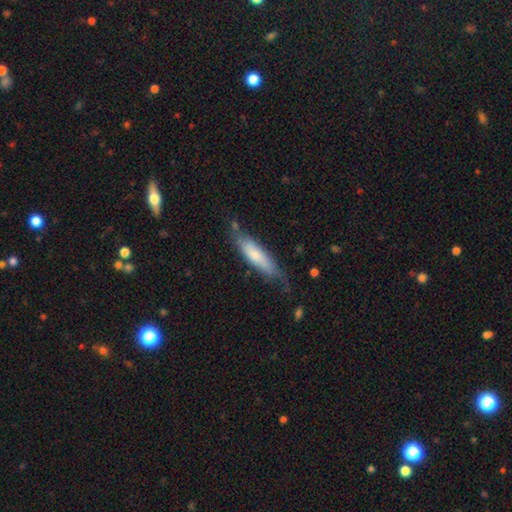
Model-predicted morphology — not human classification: smooth_or_featured: smooth (p=0.69) [alt: featured or disk p=0.26]
how_rounded: cigar-shaped (p=0.67) [alt: in between p=0.32]
merging: none (p=0.56) [alt: minor disturbance p=0.30]